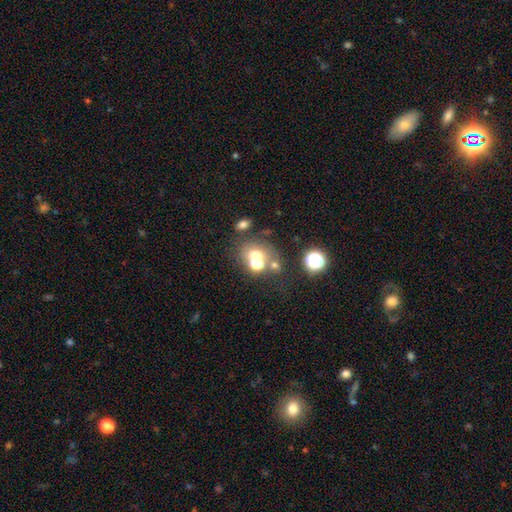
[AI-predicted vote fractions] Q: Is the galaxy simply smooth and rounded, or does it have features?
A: smooth — 57%.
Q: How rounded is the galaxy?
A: round — 66%.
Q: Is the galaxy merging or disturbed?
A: none — 43%.